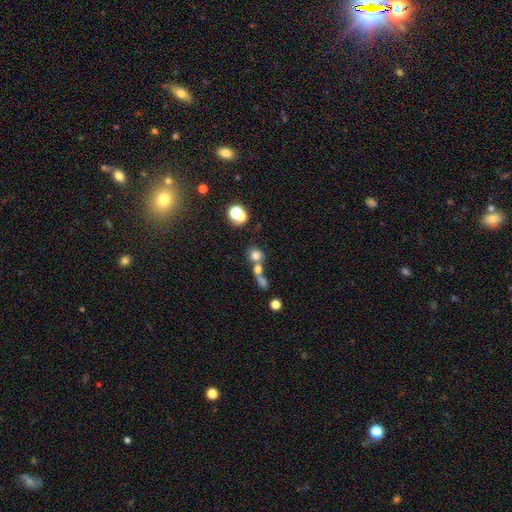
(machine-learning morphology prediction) smooth_or_featured: smooth (p=0.70) [alt: star or artifact p=0.16]
how_rounded: round (p=0.80) [alt: in between p=0.18]
merging: merger (p=0.44) [alt: none p=0.41]